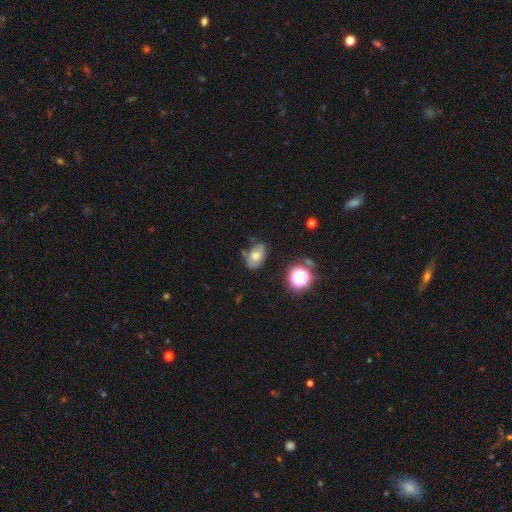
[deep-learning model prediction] smooth-or-featured: smooth: 59% | featured or disk: 28% | star or artifact: 13%
  how-rounded: in between: 86% | round: 13% | cigar-shaped: 2%
  merging: none: 64% | minor disturbance: 25% | major disturbance: 7% | merger: 4%